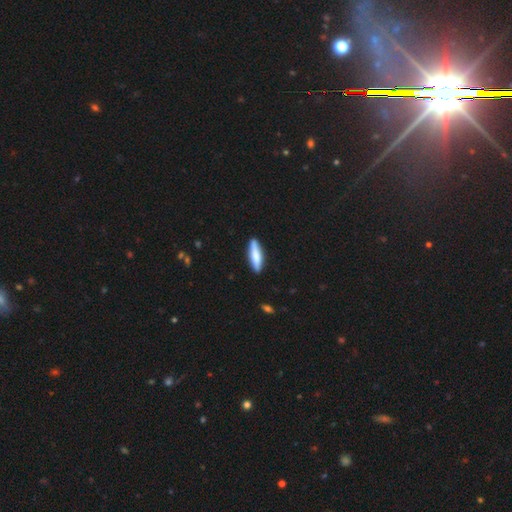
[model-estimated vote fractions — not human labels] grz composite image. It shows a smooth galaxy with no disk features (69%) that is cigar-shaped (72%). Merging: none (88%).